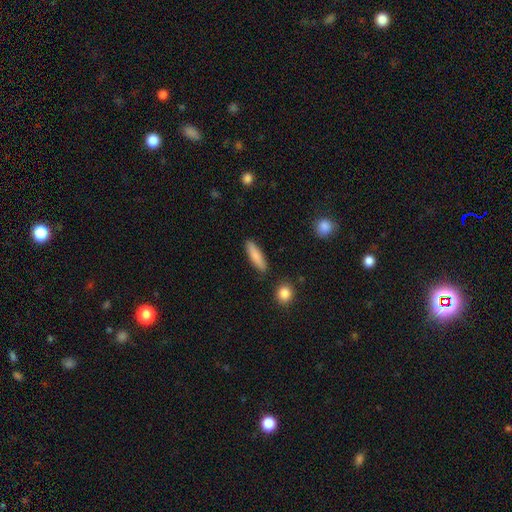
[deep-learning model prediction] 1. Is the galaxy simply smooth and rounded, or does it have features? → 84% smooth, 10% featured or disk, 6% star or artifact.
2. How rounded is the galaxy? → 69% cigar-shaped, 29% in between, 2% round.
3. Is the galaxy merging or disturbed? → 88% none, 8% minor disturbance, 2% merger, 2% major disturbance.